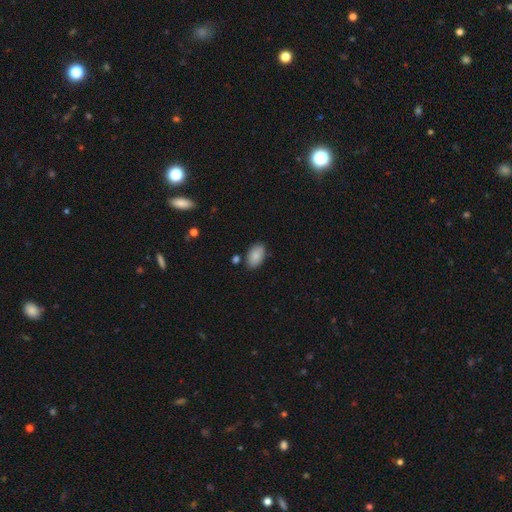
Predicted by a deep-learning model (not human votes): A smooth galaxy with no disk features (87%) that is in between round and cigar-shaped (94%). Merging: none (82%).